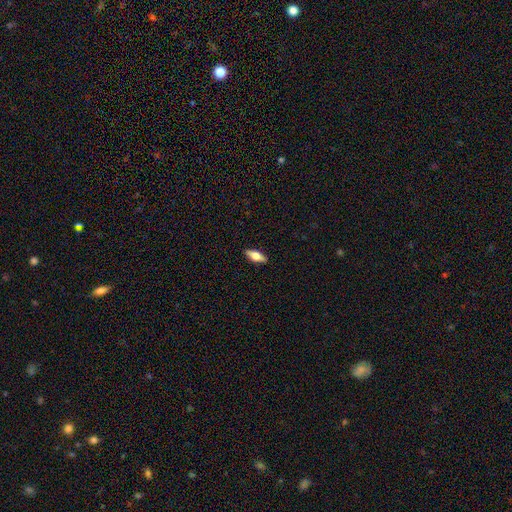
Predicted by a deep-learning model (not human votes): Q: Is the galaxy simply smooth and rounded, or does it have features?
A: smooth — 55%.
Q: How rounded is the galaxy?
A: in between — 67%.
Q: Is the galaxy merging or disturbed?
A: none — 90%.